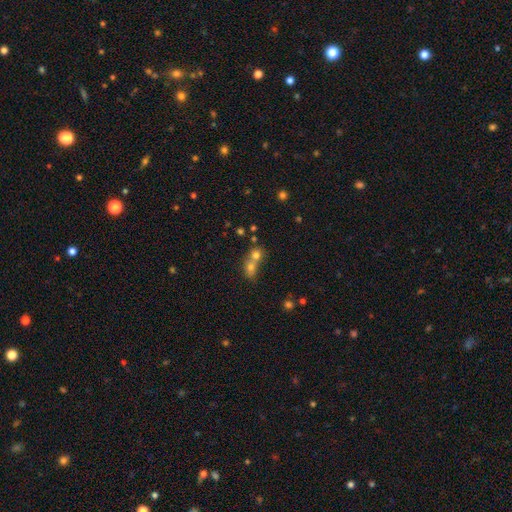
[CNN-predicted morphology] Smooth or featured? smooth (69%)
How rounded? round (69%)
Merging? merger (66%)